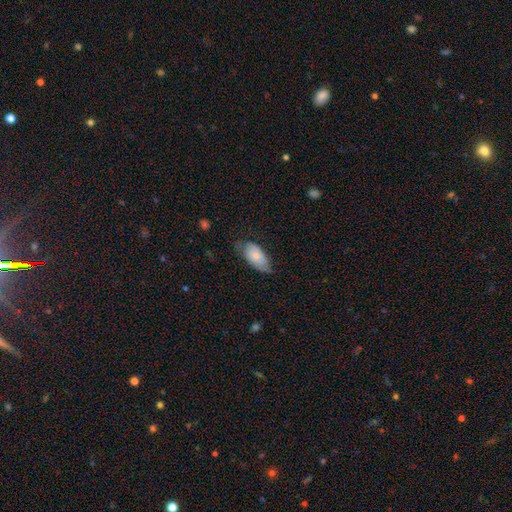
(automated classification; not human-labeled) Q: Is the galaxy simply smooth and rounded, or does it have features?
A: smooth — 71%.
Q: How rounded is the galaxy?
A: in between — 93%.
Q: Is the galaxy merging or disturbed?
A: none — 58%.